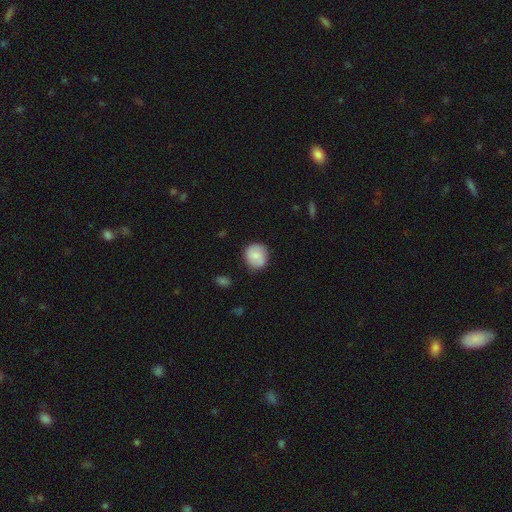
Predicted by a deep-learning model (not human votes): smooth_or_featured: smooth (p=0.73) [alt: featured or disk p=0.20]
how_rounded: round (p=0.86) [alt: in between p=0.13]
merging: none (p=0.79) [alt: minor disturbance p=0.16]